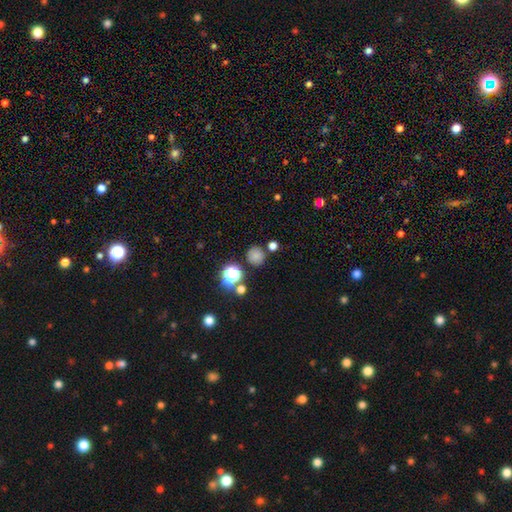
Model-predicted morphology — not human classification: smooth-or-featured: smooth: 73% | star or artifact: 21% | featured or disk: 6%
  how-rounded: round: 90% | in between: 9% | cigar-shaped: 1%
  merging: none: 78% | minor disturbance: 10% | merger: 9% | major disturbance: 3%